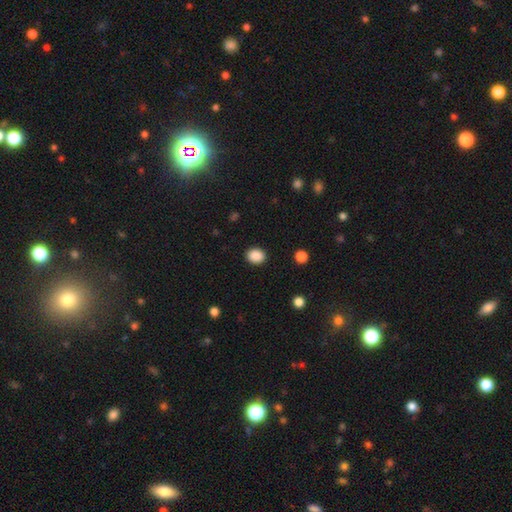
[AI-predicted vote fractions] This appears to be a smooth galaxy with no disk features (89%) that is round (53%). Merging: none (90%).